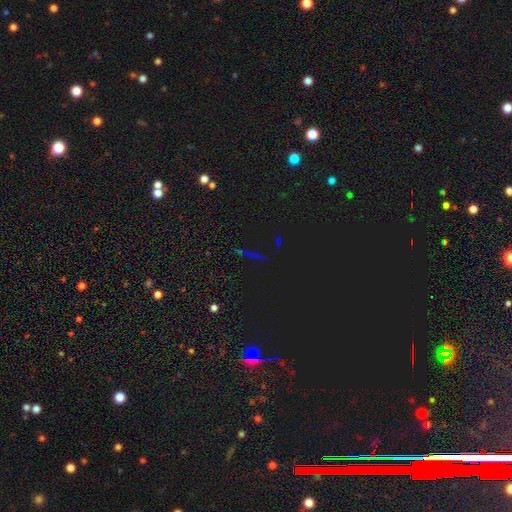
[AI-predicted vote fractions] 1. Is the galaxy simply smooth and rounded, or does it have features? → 72% star or artifact, 16% smooth, 12% featured or disk.